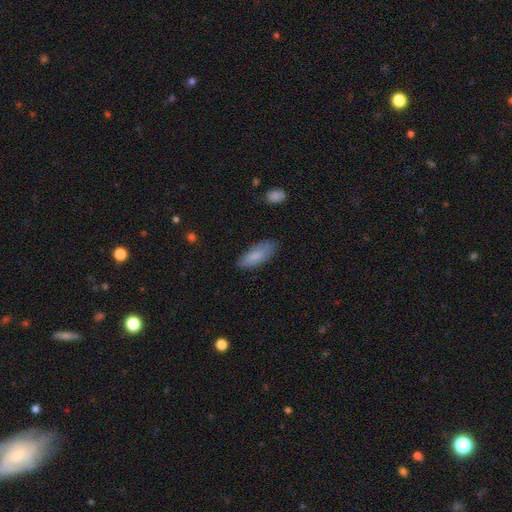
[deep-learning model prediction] A smooth galaxy with no disk features (81%) that is in between round and cigar-shaped (75%).

Vote fractions:
- Smooth or featured? smooth: 81% / featured or disk: 12% / star or artifact: 6%
- How rounded? in between: 75% / cigar-shaped: 23% / round: 2%
- Merging? none: 79% / minor disturbance: 16% / major disturbance: 3% / merger: 1%